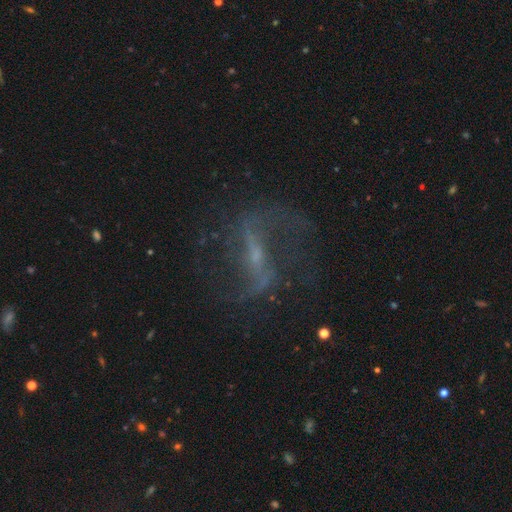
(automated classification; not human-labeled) Morphology: type=featured or disk (82%); edge-on=no (91%); bar=strong (50%); spiral arms=yes (89%); winding=loose (70%); arm count=2 (88%); bulge=small (68%); merging=none (69%).